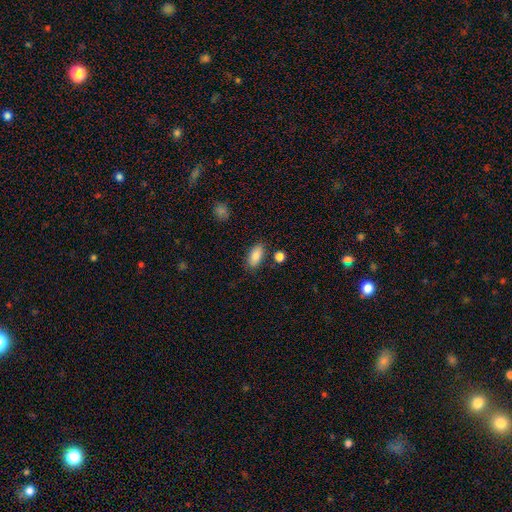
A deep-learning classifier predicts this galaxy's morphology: A smooth galaxy with no disk features (85%) that is in between round and cigar-shaped (90%).

Vote fractions:
- Smooth or featured? smooth: 85% / featured or disk: 7% / star or artifact: 7%
- How rounded? in between: 90% / cigar-shaped: 7% / round: 3%
- Merging? none: 82% / minor disturbance: 11% / merger: 4% / major disturbance: 3%